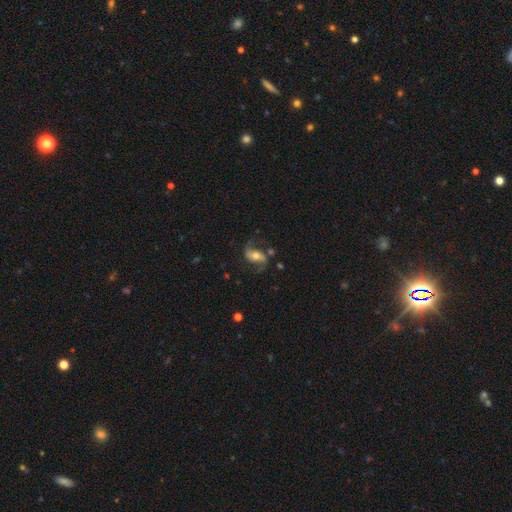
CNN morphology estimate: The model was most divided on "bar": no: 36%, weak: 33%, strong: 30%. More confident: edge-on disk — no (95%); spiral arms — yes (93%); spiral arm count — 2 (91%); smooth or featured — featured or disk (77%); merging — none (69%); bulge size — moderate (63%); spiral winding — loose (57%).